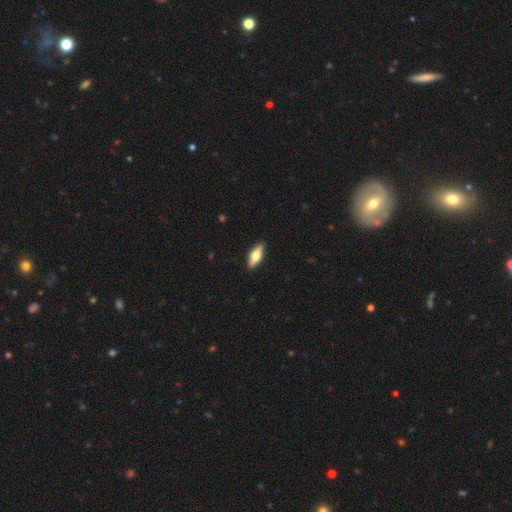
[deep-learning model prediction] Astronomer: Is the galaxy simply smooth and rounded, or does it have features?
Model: smooth — 47%, tied with featured or disk at 47%.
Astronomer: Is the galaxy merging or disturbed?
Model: none — 89%.